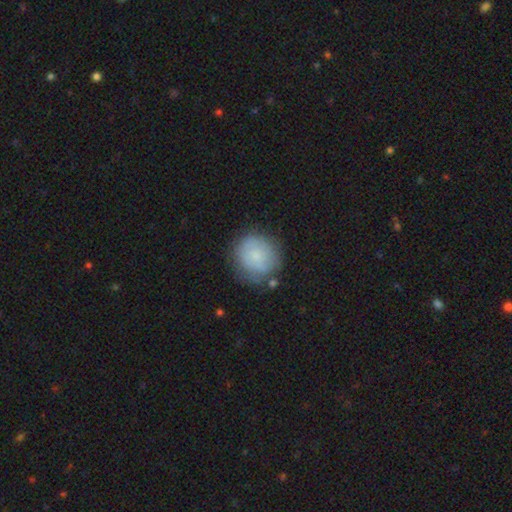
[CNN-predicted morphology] type=smooth (70%); roundness=round (88%); merging=none (68%).